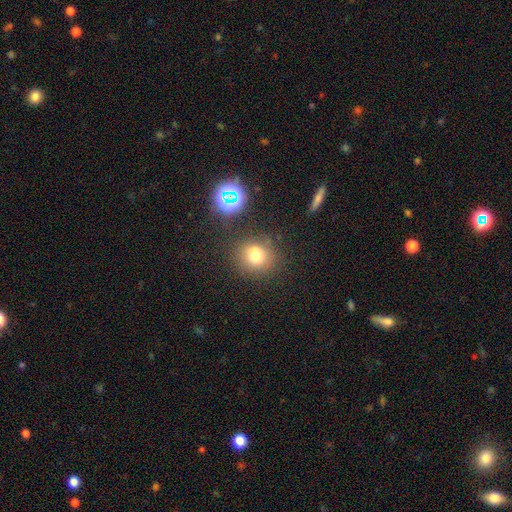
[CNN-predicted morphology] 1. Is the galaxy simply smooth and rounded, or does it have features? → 72% smooth, 17% star or artifact, 11% featured or disk.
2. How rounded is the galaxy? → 86% round, 13% in between, 1% cigar-shaped.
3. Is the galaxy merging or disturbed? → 72% none, 13% minor disturbance, 10% merger, 5% major disturbance.